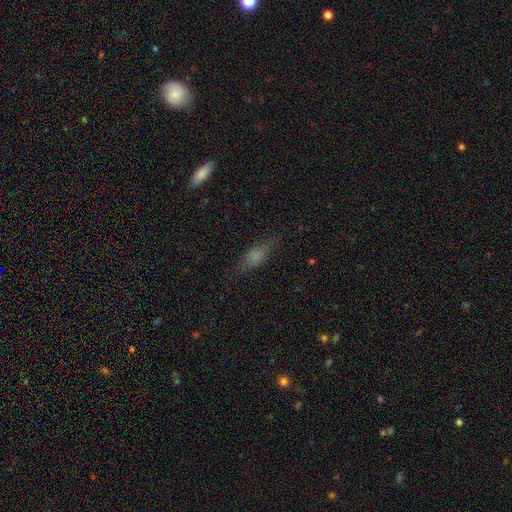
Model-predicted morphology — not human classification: type=smooth (63%); roundness=in between (57%); merging=none (75%).